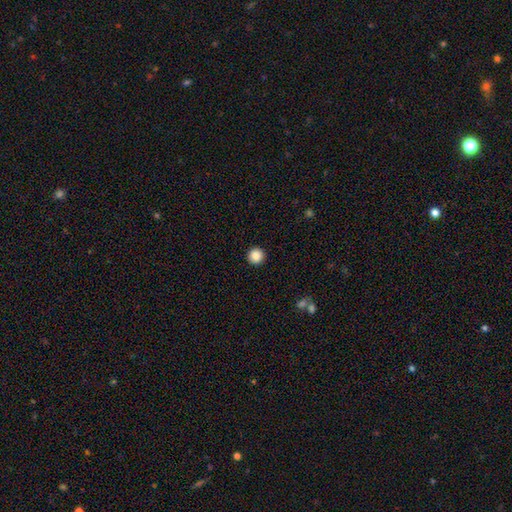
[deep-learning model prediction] Q: Smooth or featured?
A: smooth (87%); runner-up: star or artifact (9%)
Q: How rounded?
A: round (96%); runner-up: in between (3%)
Q: Merging?
A: none (94%); runner-up: minor disturbance (4%)